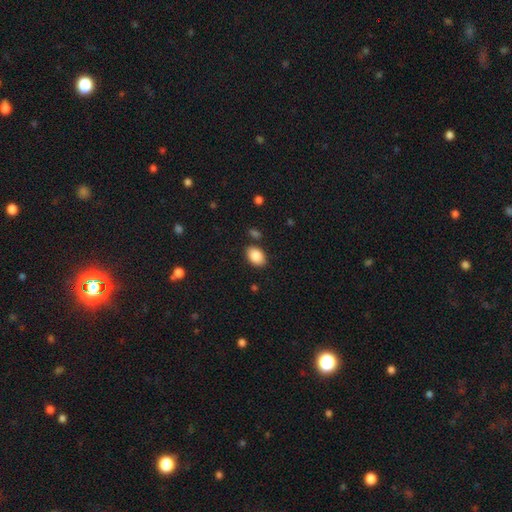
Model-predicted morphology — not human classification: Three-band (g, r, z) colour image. It shows a smooth galaxy with no disk features (87%) that is in between round and cigar-shaped (85%). Merging: none (82%).